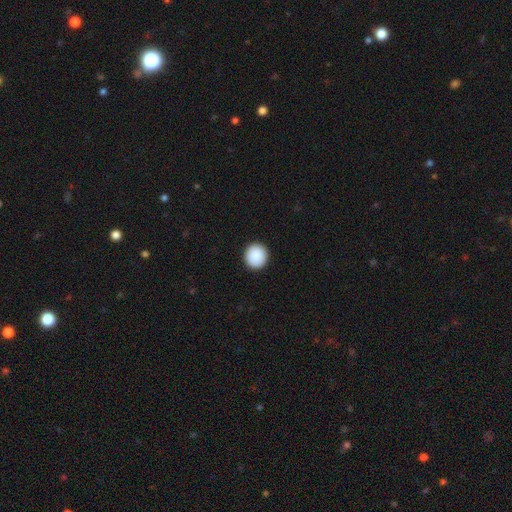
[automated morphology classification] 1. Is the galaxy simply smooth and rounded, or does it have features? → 89% smooth, 7% star or artifact, 3% featured or disk.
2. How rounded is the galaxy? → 92% round, 7% in between, 1% cigar-shaped.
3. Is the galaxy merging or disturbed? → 93% none, 5% minor disturbance, 1% major disturbance, 1% merger.